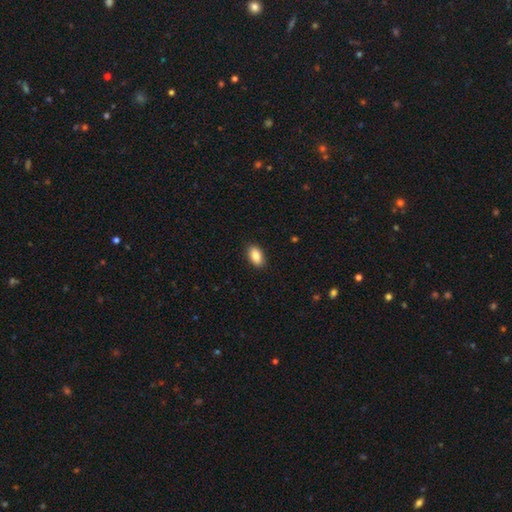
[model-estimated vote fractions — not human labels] Overall: smooth (87%). How rounded: in between (93%). Merging: none (89%).